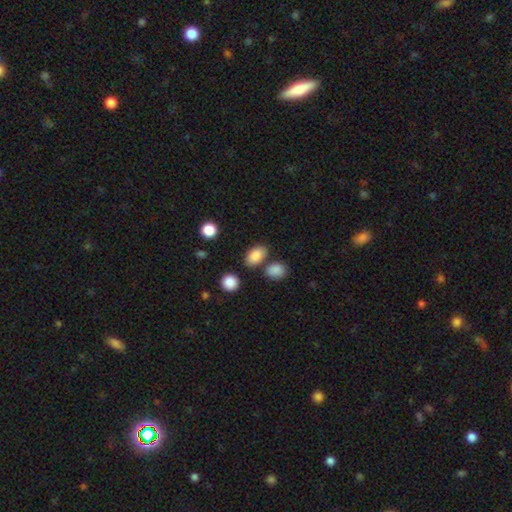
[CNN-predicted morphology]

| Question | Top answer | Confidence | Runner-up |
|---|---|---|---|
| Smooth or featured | smooth | 87% | star or artifact (8%) |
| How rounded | in between | 88% | round (10%) |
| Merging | none | 74% | merger (12%) |